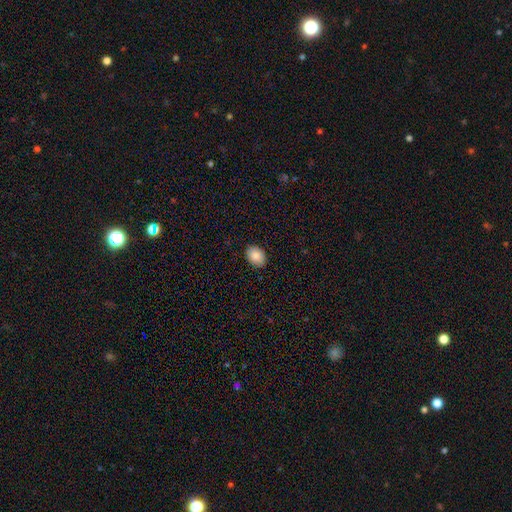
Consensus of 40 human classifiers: A smooth galaxy with no disk features (90%) that is in between round and cigar-shaped (64%).

Vote fractions:
- Smooth or featured? smooth: 90% / featured or disk: 5% / star or artifact: 5%
- How rounded? in between: 64% / round: 36% / cigar-shaped: 0%
- Merging? none: 97% / minor disturbance: 3% / major disturbance: 0% / merger: 0%